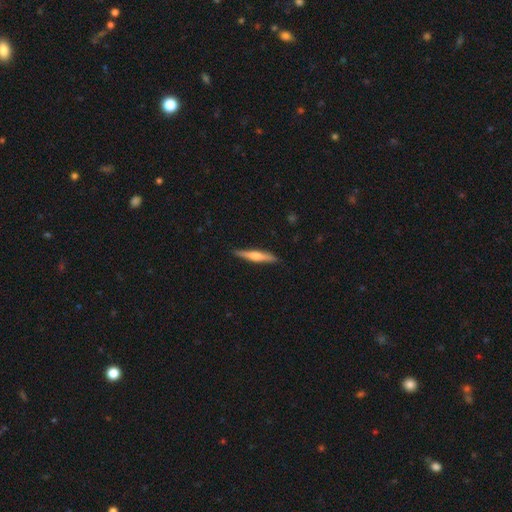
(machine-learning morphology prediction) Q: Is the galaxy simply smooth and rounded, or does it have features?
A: featured or disk — 54%.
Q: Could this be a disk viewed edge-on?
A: yes — 97%.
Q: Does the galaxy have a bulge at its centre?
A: rounded — 81%.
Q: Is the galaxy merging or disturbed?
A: none — 90%.